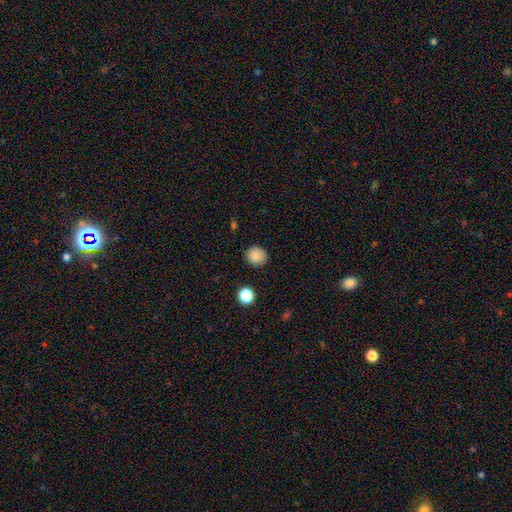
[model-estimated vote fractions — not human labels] This is clearly a smooth galaxy (84%). How rounded: clearly round (83%). Merging: clearly none (87%).